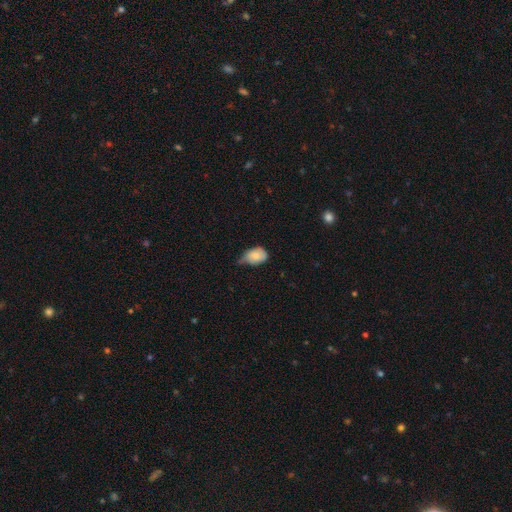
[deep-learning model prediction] This appears to be a smooth galaxy with no disk features (81%) that is in between round and cigar-shaped (80%). Merging: minor disturbance (57%).